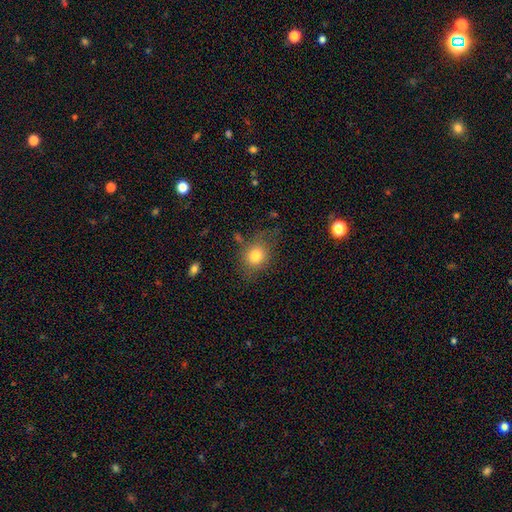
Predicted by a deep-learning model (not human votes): Smooth or featured: smooth — 79% (featured or disk — 10%)
How rounded: round — 66% (in between — 33%)
Merging: none — 64% (minor disturbance — 22%)